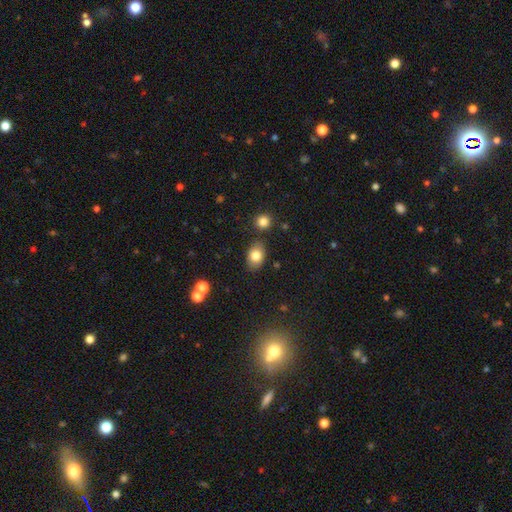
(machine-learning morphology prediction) Smooth or featured: smooth — 81% (featured or disk — 11%)
How rounded: in between — 77% (round — 21%)
Merging: none — 81% (minor disturbance — 12%)